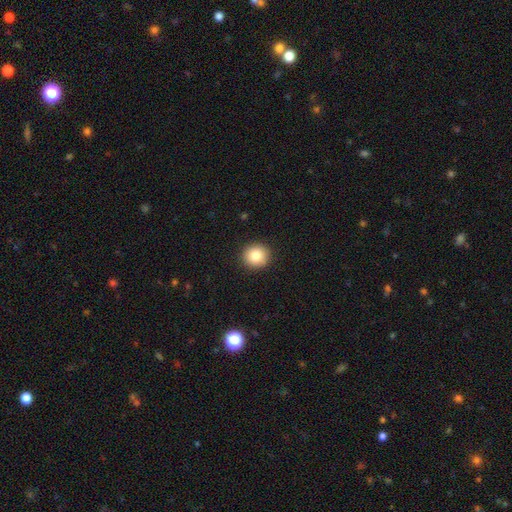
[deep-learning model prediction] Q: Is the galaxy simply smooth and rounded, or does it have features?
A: smooth — 82%.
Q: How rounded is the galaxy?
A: round — 91%.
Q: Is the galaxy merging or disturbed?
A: none — 92%.